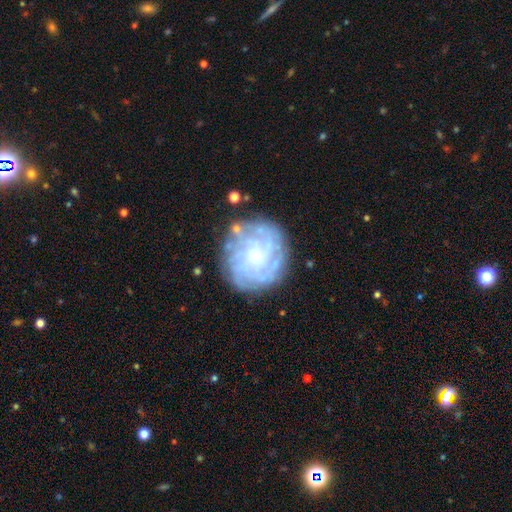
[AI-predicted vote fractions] Smooth or featured? featured or disk (78%)
Edge-on disk? no (98%)
Bar? no (69%)
Spiral arms? yes (88%)
Spiral winding? tight (71%)
Spiral arm count? can't tell (41%)
Bulge size? moderate (45%)
Merging? none (78%)